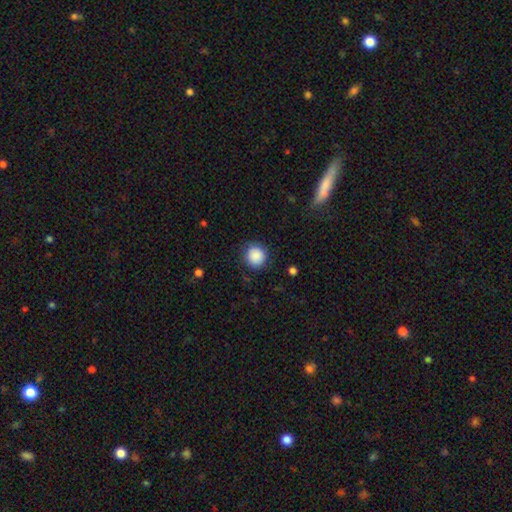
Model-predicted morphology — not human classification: Q: Smooth or featured?
A: smooth (87%); runner-up: star or artifact (8%)
Q: How rounded?
A: round (92%); runner-up: in between (7%)
Q: Merging?
A: none (86%); runner-up: minor disturbance (10%)